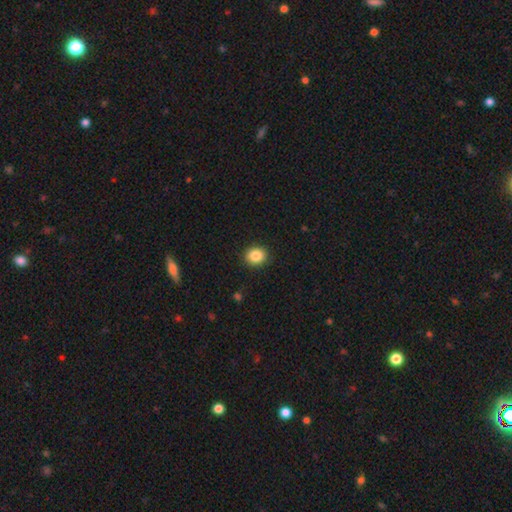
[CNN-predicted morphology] smooth 86%, star or artifact 10%, featured or disk 5%. Down the decision tree: how rounded — round (68%); merging — none (90%).